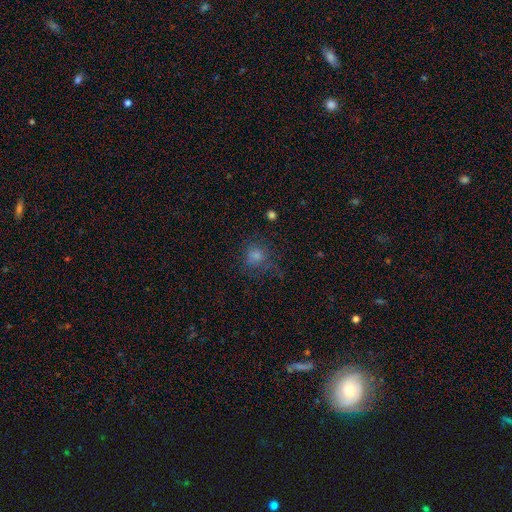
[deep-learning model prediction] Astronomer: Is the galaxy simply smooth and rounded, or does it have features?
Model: smooth — 62%.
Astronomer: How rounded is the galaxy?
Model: round — 83%.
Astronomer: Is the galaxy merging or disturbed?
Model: none — 65%.